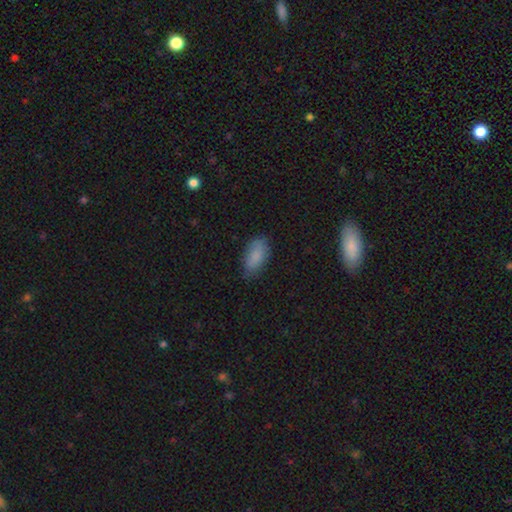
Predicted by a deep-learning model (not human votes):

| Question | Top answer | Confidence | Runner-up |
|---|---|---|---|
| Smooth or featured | smooth | 85% | star or artifact (8%) |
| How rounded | in between | 92% | cigar-shaped (5%) |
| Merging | none | 73% | minor disturbance (21%) |